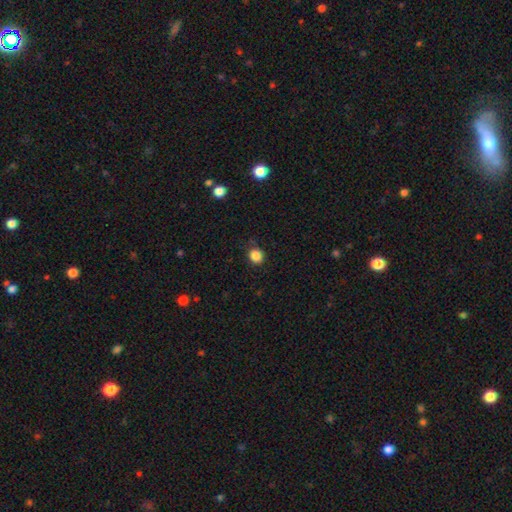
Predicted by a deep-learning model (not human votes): Smooth or featured?
  - smooth: 86% *
  - star or artifact: 11%
  - featured or disk: 3%
How rounded?
  - round: 87% *
  - in between: 12%
  - cigar-shaped: 1%
Merging?
  - none: 85% *
  - minor disturbance: 11%
  - major disturbance: 3%
  - merger: 1%